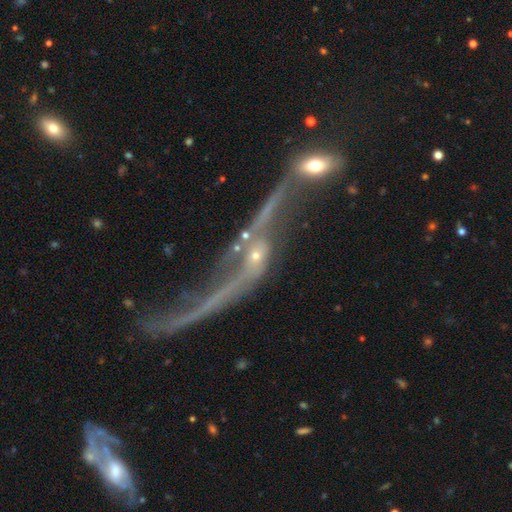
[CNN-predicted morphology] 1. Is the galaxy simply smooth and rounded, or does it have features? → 77% featured or disk, 12% smooth, 11% star or artifact.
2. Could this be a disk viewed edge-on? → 77% no, 23% yes.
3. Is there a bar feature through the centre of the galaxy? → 72% no, 18% weak, 10% strong.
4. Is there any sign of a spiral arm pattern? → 58% yes, 42% no.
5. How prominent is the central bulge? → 63% small, 18% none, 15% moderate, 2% large, 2% dominant.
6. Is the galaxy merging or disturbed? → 44% merger, 31% major disturbance, 16% none, 10% minor disturbance.